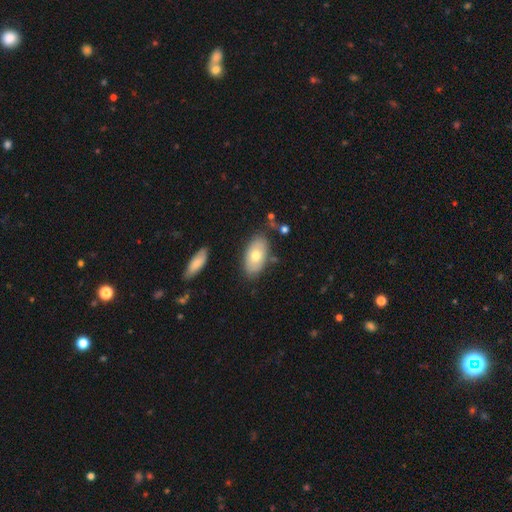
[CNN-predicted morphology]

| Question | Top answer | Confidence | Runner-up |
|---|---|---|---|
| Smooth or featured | smooth | 69% | featured or disk (25%) |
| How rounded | in between | 93% | round (4%) |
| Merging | none | 78% | minor disturbance (14%) |